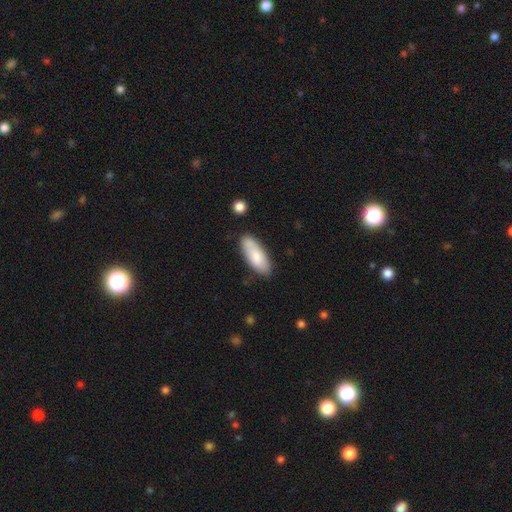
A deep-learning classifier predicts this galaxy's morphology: Overall: smooth (81%). How rounded: in between (74%). Merging: none (78%).